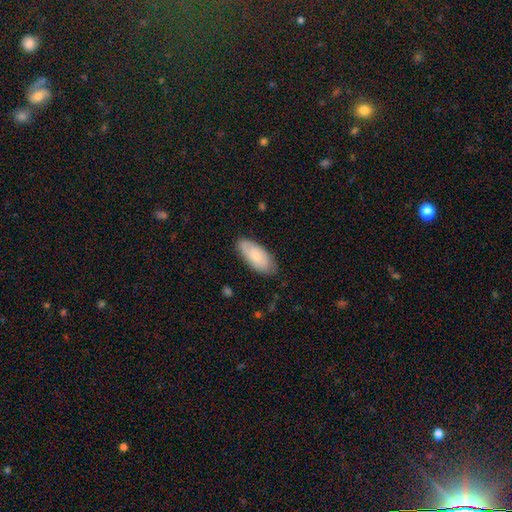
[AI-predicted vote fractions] This is likely a smooth galaxy (69%). How rounded: clearly in between (89%). Merging: likely none (79%).